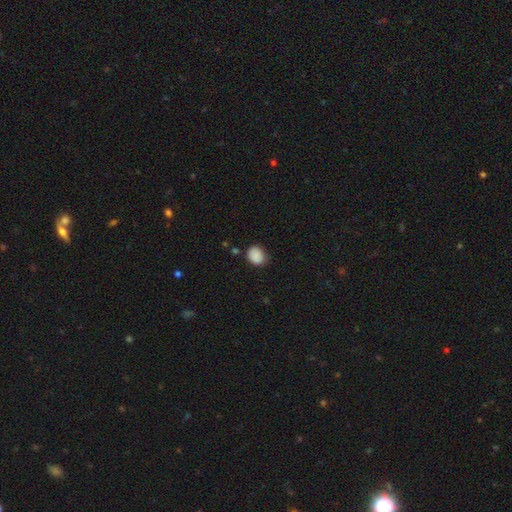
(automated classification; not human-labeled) Smooth or featured?
  - smooth: 87% *
  - star or artifact: 8%
  - featured or disk: 4%
How rounded?
  - round: 52% *
  - in between: 47%
  - cigar-shaped: 1%
Merging?
  - none: 73% *
  - minor disturbance: 21%
  - major disturbance: 4%
  - merger: 3%